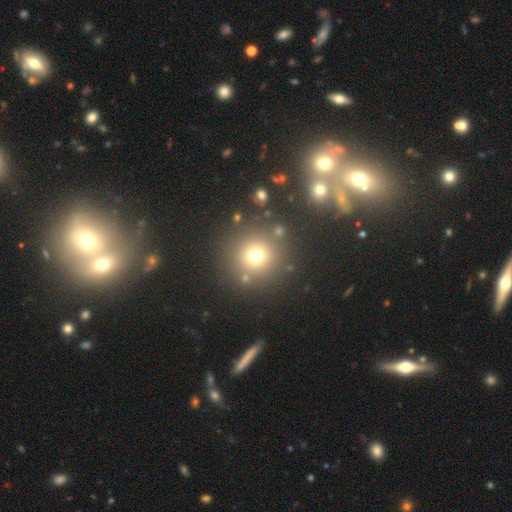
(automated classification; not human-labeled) Q: Smooth or featured?
A: smooth (70%); runner-up: star or artifact (20%)
Q: How rounded?
A: round (94%); runner-up: in between (5%)
Q: Merging?
A: none (82%); runner-up: minor disturbance (7%)